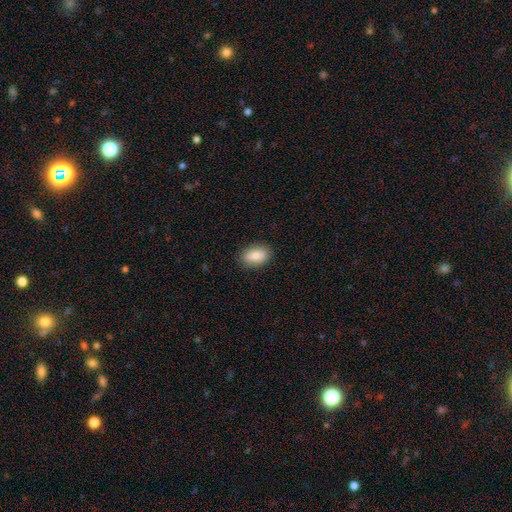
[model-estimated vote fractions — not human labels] A smooth galaxy with no disk features (85%) that is in between round and cigar-shaped (88%).

Vote fractions:
- Smooth or featured? smooth: 85% / featured or disk: 8% / star or artifact: 7%
- How rounded? in between: 88% / round: 10% / cigar-shaped: 2%
- Merging? none: 86% / minor disturbance: 10% / major disturbance: 3% / merger: 1%